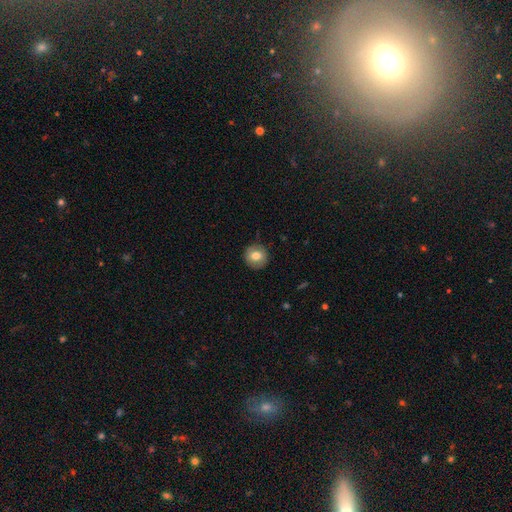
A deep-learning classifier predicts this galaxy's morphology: The model was most divided on "smooth or featured": smooth: 78%, featured or disk: 14%, star or artifact: 8%. More confident: how rounded — round (91%); merging — none (87%).